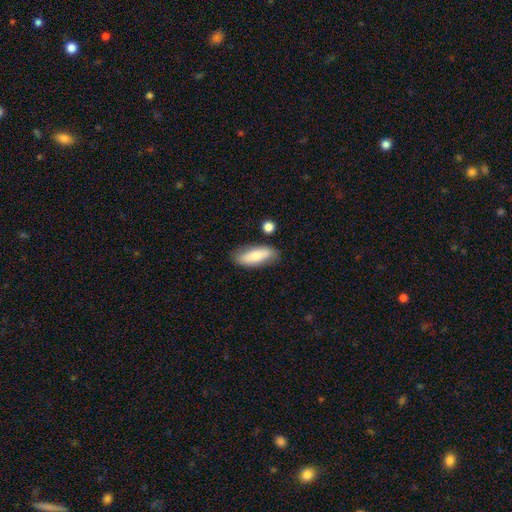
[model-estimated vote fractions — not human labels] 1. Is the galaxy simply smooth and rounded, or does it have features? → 77% smooth, 17% featured or disk, 6% star or artifact.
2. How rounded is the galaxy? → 70% in between, 28% cigar-shaped, 2% round.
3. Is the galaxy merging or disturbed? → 78% none, 15% minor disturbance, 4% merger, 3% major disturbance.